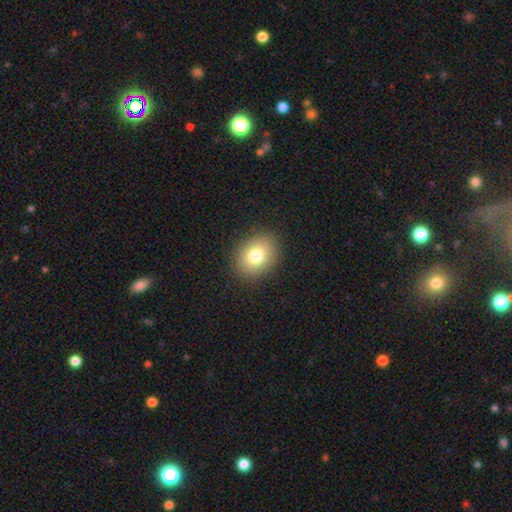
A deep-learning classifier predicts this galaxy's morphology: Smooth or featured? smooth (79%)
How rounded? round (50%)
Merging? none (89%)